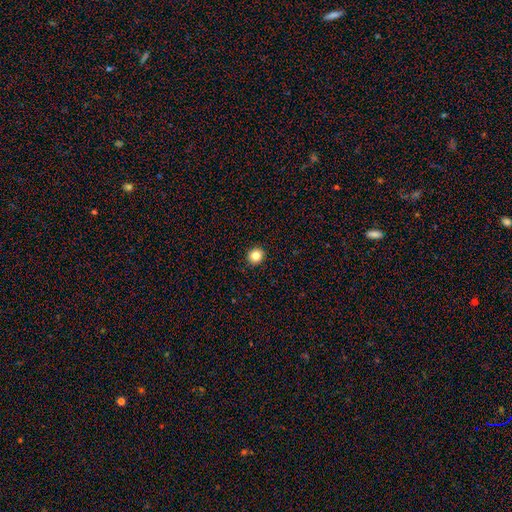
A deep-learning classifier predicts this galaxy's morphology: The model was most divided on "smooth or featured": smooth: 84%, star or artifact: 11%, featured or disk: 6%. More confident: merging — none (93%); how rounded — round (89%).